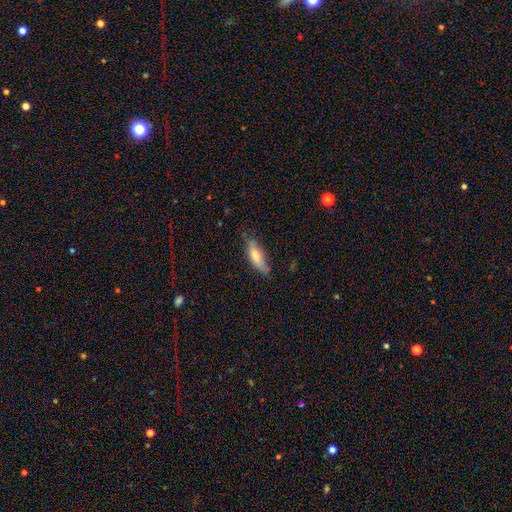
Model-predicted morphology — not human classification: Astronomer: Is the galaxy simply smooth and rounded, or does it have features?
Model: smooth — 67%.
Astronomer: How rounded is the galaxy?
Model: in between — 53% (runner-up: cigar-shaped, 45%).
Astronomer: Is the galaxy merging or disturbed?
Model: none — 69%.